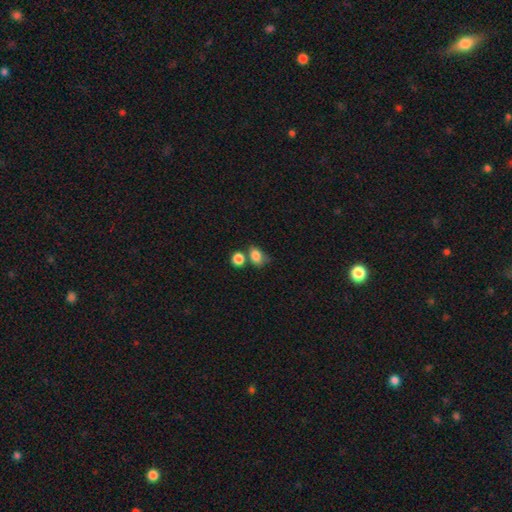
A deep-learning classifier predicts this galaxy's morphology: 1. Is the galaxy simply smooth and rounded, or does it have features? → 83% smooth, 10% star or artifact, 7% featured or disk.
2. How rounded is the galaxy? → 66% in between, 33% round, 1% cigar-shaped.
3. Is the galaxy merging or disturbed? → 46% none, 29% merger, 18% minor disturbance, 7% major disturbance.